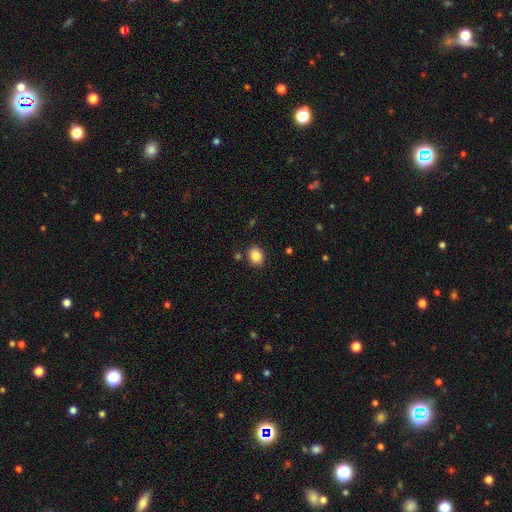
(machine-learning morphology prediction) type=smooth (86%); roundness=round (53%); merging=none (85%).